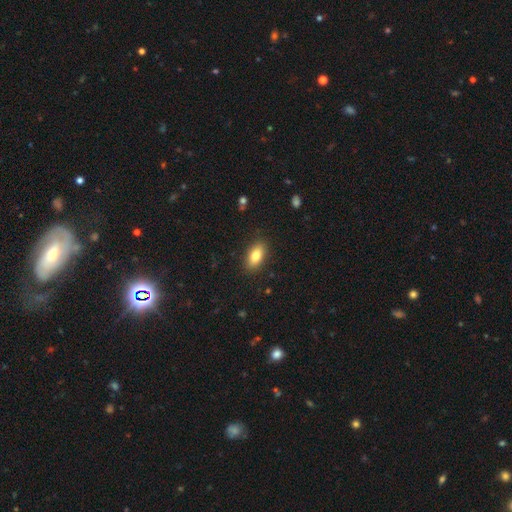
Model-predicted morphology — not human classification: A smooth galaxy with no disk features (82%) that is in between round and cigar-shaped (88%). Merging: none (87%).